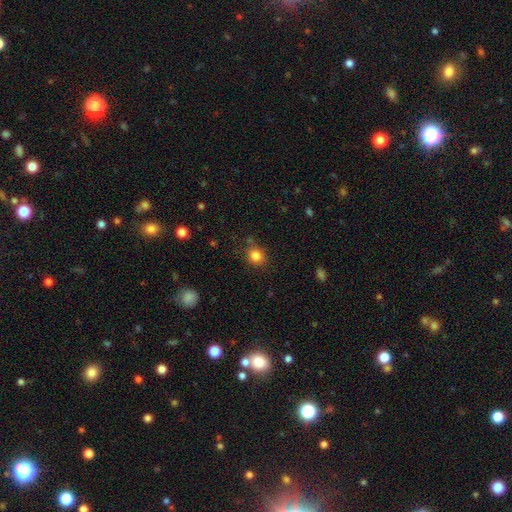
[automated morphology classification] A smooth galaxy with no disk features (83%) that is round (76%).

Vote fractions:
- Smooth or featured? smooth: 83% / star or artifact: 12% / featured or disk: 5%
- How rounded? round: 76% / in between: 23% / cigar-shaped: 1%
- Merging? none: 78% / minor disturbance: 14% / major disturbance: 4% / merger: 4%